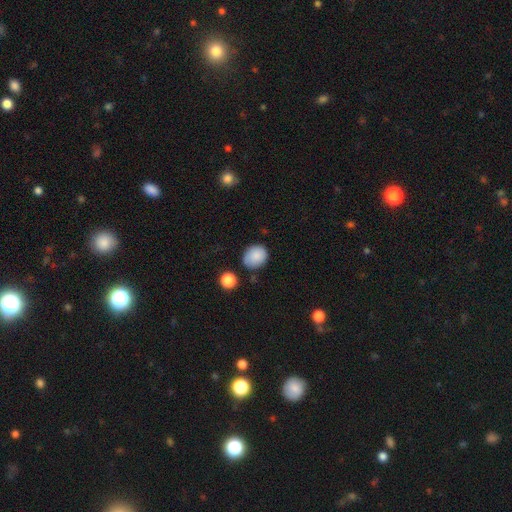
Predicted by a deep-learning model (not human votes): Smooth or featured?
  - smooth: 87% *
  - star or artifact: 8%
  - featured or disk: 5%
How rounded?
  - round: 62% *
  - in between: 37%
  - cigar-shaped: 1%
Merging?
  - none: 75% *
  - minor disturbance: 18%
  - merger: 4%
  - major disturbance: 4%